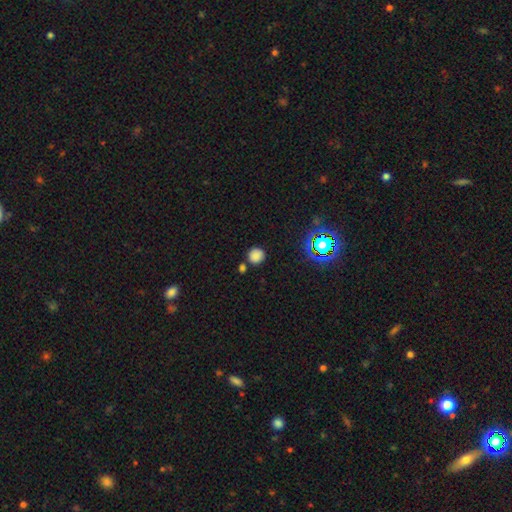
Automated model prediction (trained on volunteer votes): A smooth galaxy with no disk features (79%) that is round (92%). Merging: none (78%).